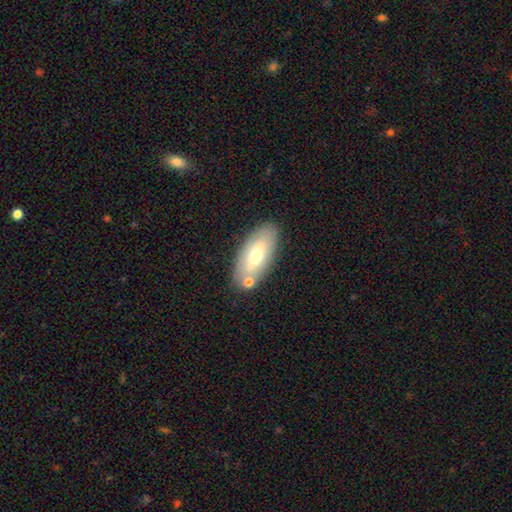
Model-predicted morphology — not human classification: This is possibly a smooth galaxy (57%). How rounded: clearly in between (84%). Merging: likely none (76%).